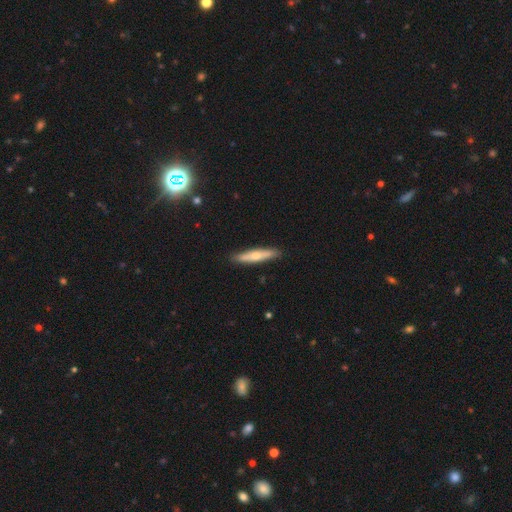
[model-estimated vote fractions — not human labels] smooth 53%, featured or disk 41%, star or artifact 5%. Down the decision tree: how rounded — cigar-shaped (87%); merging — none (89%).